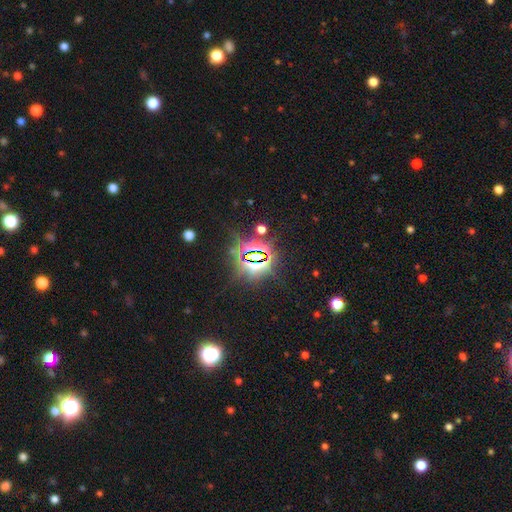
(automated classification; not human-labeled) A star or artifact, not a galaxy (81%).